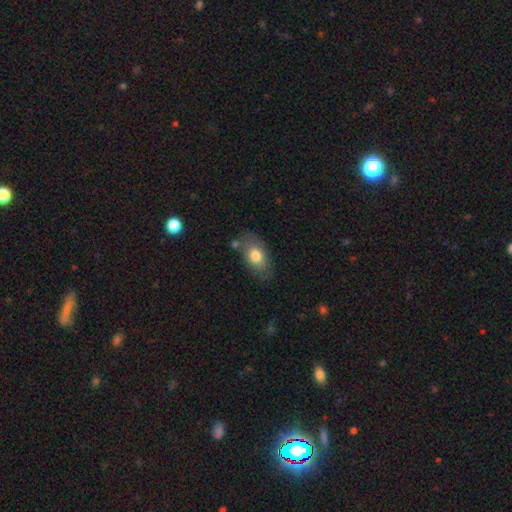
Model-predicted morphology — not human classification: Q: Smooth or featured?
A: smooth (76%); runner-up: featured or disk (17%)
Q: How rounded?
A: in between (89%); runner-up: round (9%)
Q: Merging?
A: none (71%); runner-up: minor disturbance (18%)